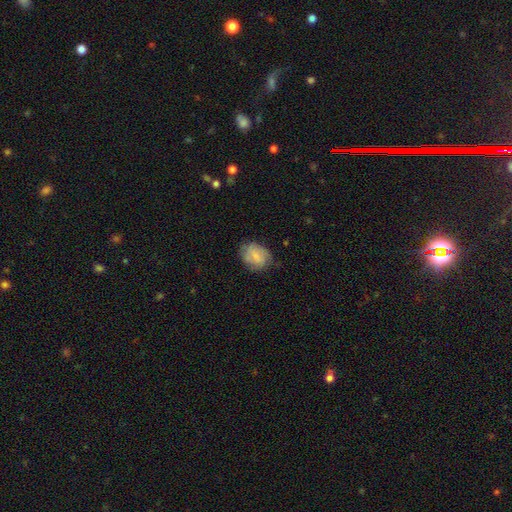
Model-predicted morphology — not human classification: smooth 74%, featured or disk 19%, star or artifact 8%. Down the decision tree: how rounded — in between (59%); merging — none (67%).